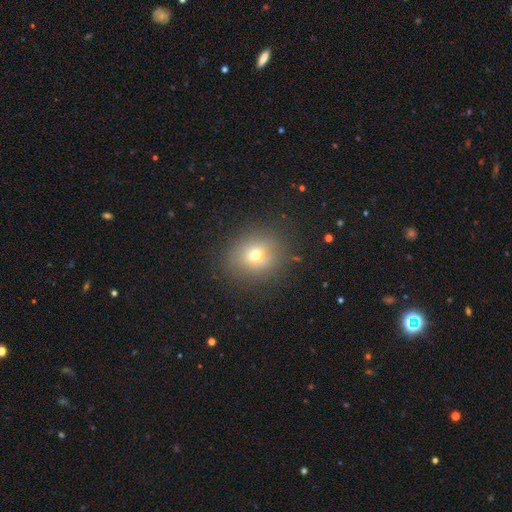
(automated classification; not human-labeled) This appears to be a smooth galaxy with no disk features (66%) that is round (78%). Merging: none (83%).